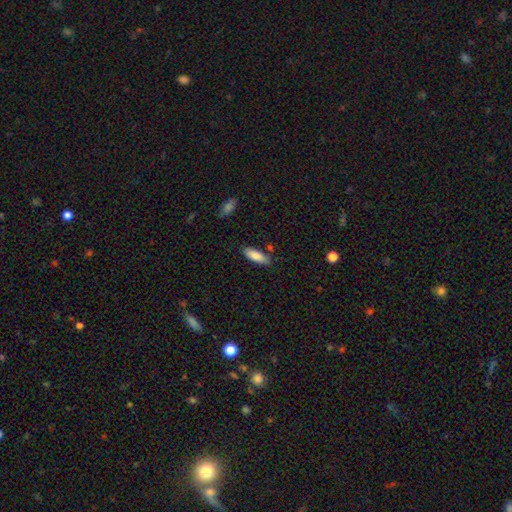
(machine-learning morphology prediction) This appears to be a smooth galaxy with no disk features (85%) that is in between round and cigar-shaped (63%). Merging: none (81%).